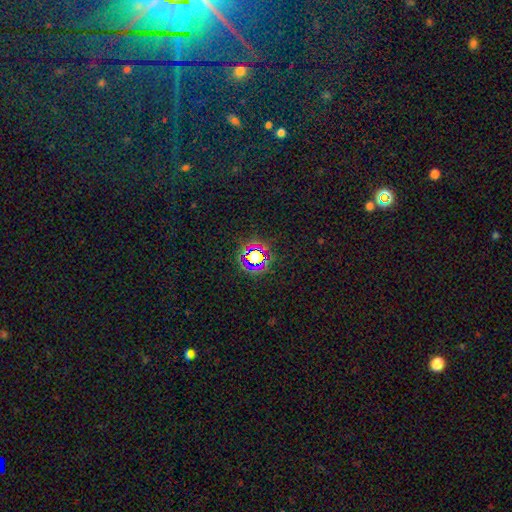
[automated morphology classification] smooth_or_featured: star or artifact (p=0.66) [alt: smooth p=0.23]